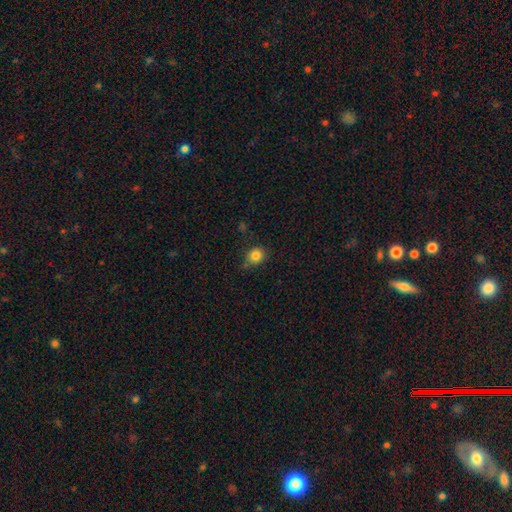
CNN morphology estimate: A smooth galaxy with no disk features (83%) that is round (83%).

Vote fractions:
- Smooth or featured? smooth: 83% / star or artifact: 11% / featured or disk: 6%
- How rounded? round: 83% / in between: 16% / cigar-shaped: 1%
- Merging? none: 71% / minor disturbance: 21% / major disturbance: 4% / merger: 4%